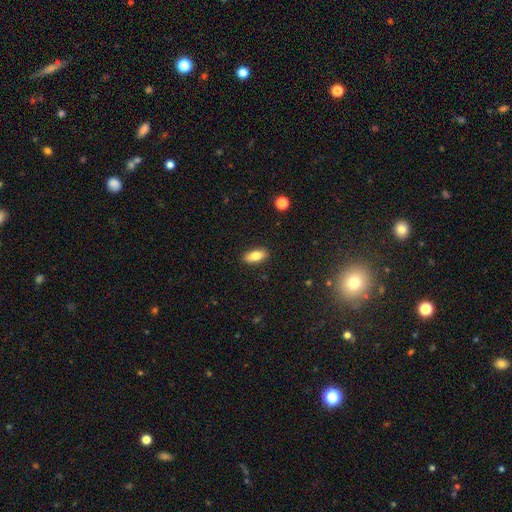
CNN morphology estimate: Smooth or featured: smooth — 78% (featured or disk — 14%)
How rounded: in between — 83% (cigar-shaped — 13%)
Merging: none — 89% (minor disturbance — 8%)